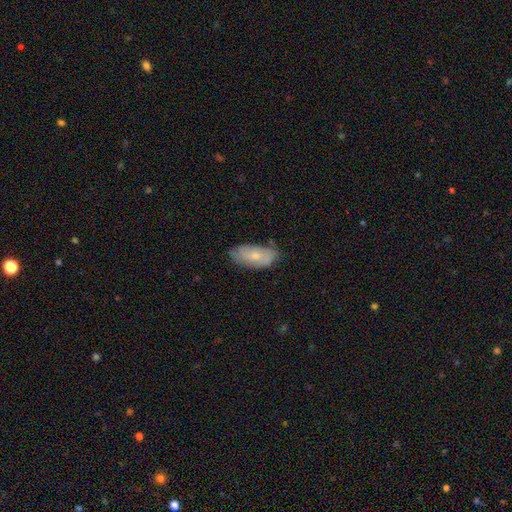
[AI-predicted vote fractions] smooth 61%, featured or disk 32%, star or artifact 7%. Down the decision tree: how rounded — in between (90%); merging — none (68%).